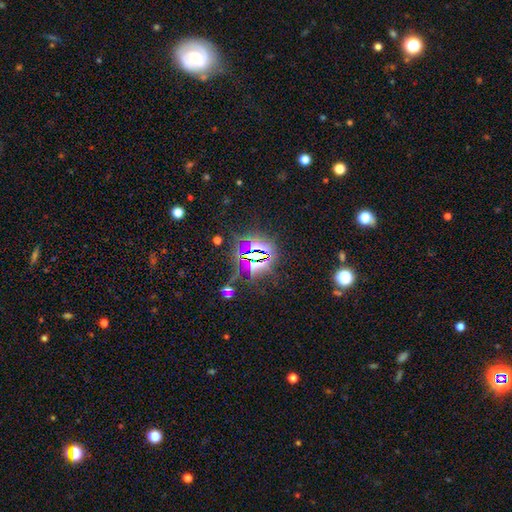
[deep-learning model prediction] Smooth or featured? star or artifact (80%)